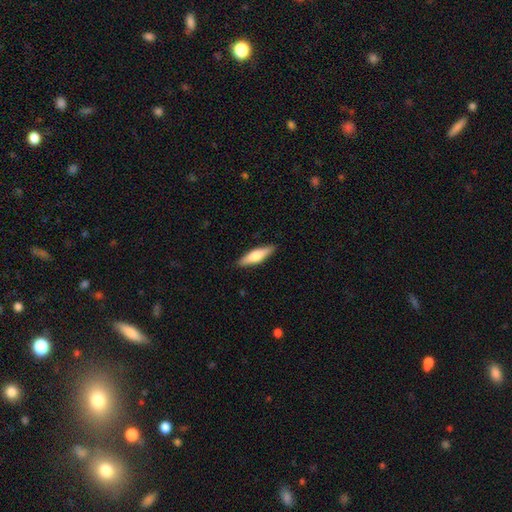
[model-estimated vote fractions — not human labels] Overall: smooth (61%; featured or disk 34%). How rounded: cigar-shaped (65%; in between 33%). Merging: none (89%).